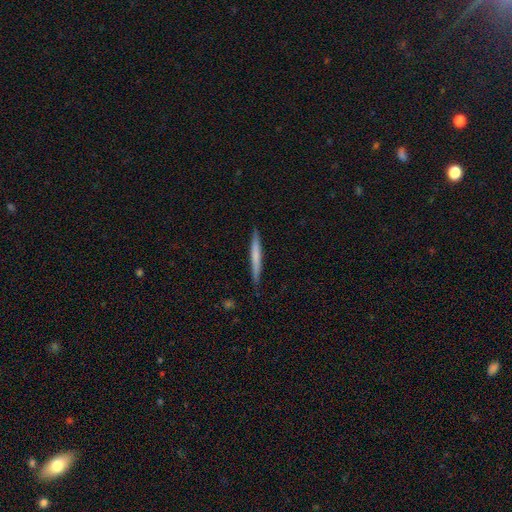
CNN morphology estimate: Smooth or featured? smooth (60%)
How rounded? cigar-shaped (97%)
Merging? none (90%)